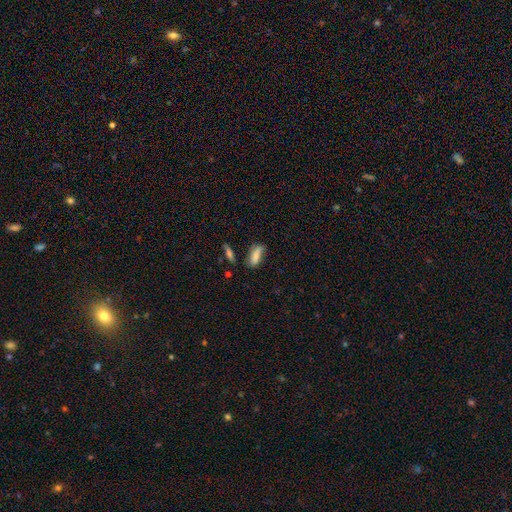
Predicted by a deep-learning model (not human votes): A smooth galaxy with no disk features (77%) that is in between round and cigar-shaped (64%). Merging: none (58%).